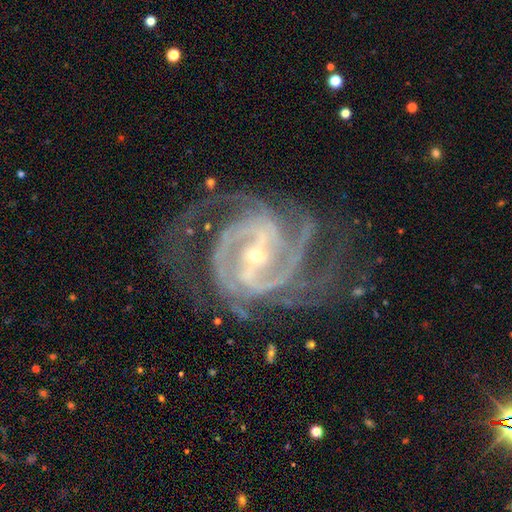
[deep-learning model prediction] featured or disk 93%, star or artifact 5%, smooth 2%. Down the decision tree: edge-on disk — no (98%); bar — strong (54%); spiral arms — yes (98%); spiral arm count — 3 (27%); spiral winding — tight (52%); bulge size — small (75%); merging — none (65%).